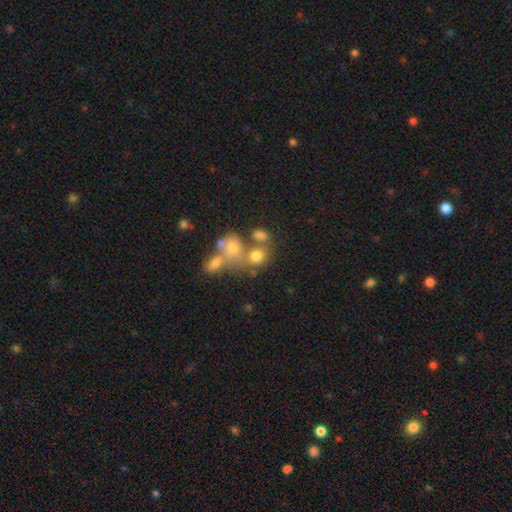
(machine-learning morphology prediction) A smooth galaxy with no disk features (65%) that is round (63%). Merging: merger (44%).